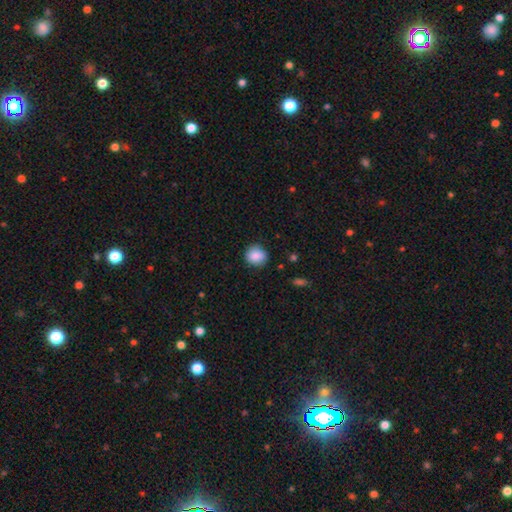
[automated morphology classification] A smooth galaxy with no disk features (86%) that is round (83%).

Vote fractions:
- Smooth or featured? smooth: 86% / star or artifact: 8% / featured or disk: 6%
- How rounded? round: 83% / in between: 16% / cigar-shaped: 1%
- Merging? none: 86% / minor disturbance: 11% / major disturbance: 2% / merger: 1%